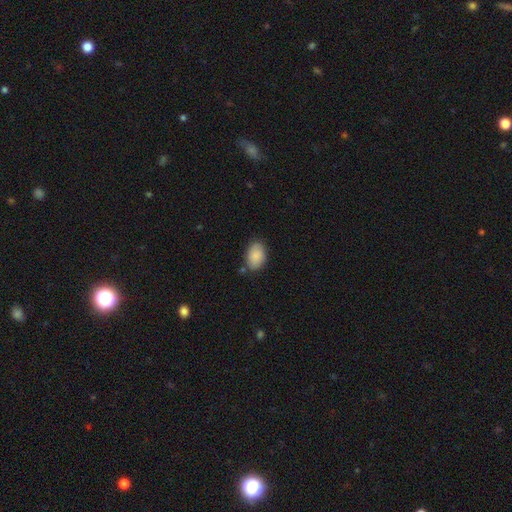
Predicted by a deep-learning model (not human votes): Q: Smooth or featured?
A: smooth (88%); runner-up: star or artifact (7%)
Q: How rounded?
A: in between (86%); runner-up: round (13%)
Q: Merging?
A: none (75%); runner-up: minor disturbance (17%)